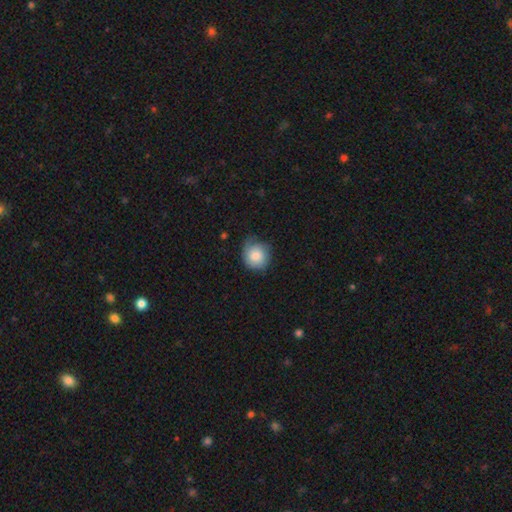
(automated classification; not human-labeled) smooth 78%, featured or disk 15%, star or artifact 7%. Down the decision tree: how rounded — round (88%); merging — none (61%).